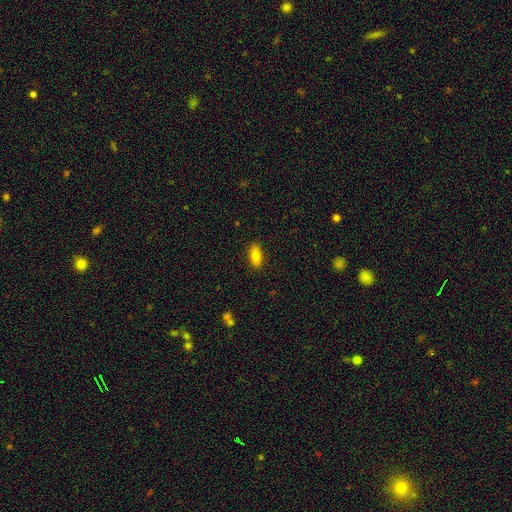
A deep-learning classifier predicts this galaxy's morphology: Smooth or featured? smooth (84%)
How rounded? in between (80%)
Merging? none (88%)